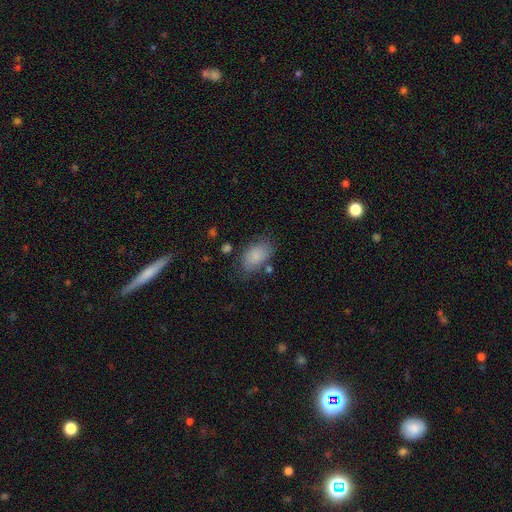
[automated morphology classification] Smooth or featured? Predicted: smooth (p=0.84). How rounded? Predicted: in between (p=0.91). Merging? Predicted: none (p=0.69).